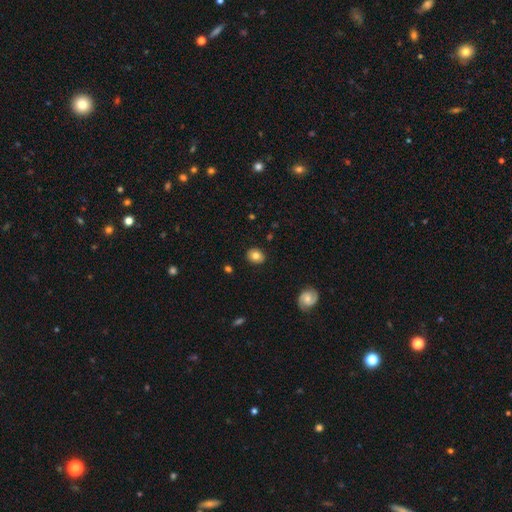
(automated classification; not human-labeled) This is likely a smooth galaxy (79%). How rounded: likely round (61%). Merging: clearly none (88%).